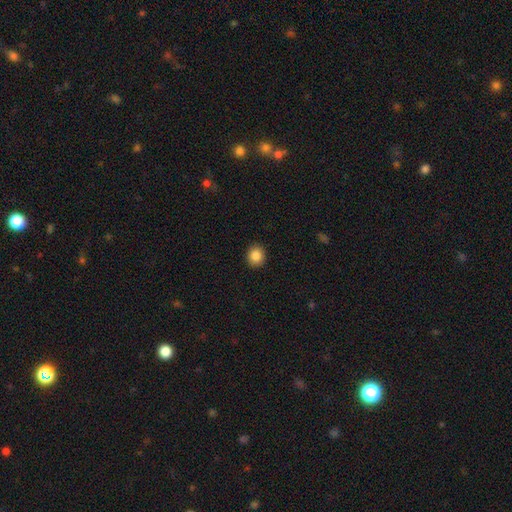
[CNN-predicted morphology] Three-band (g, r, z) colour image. It shows a smooth galaxy with no disk features (86%) that is round (80%). Merging: none (91%).